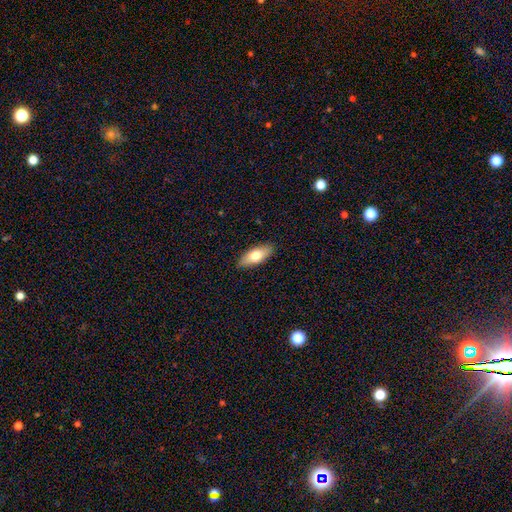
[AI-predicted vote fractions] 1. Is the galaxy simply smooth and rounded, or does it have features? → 71% smooth, 23% featured or disk, 6% star or artifact.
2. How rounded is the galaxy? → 79% in between, 19% cigar-shaped, 3% round.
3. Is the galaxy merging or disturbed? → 89% none, 9% minor disturbance, 2% major disturbance, 1% merger.